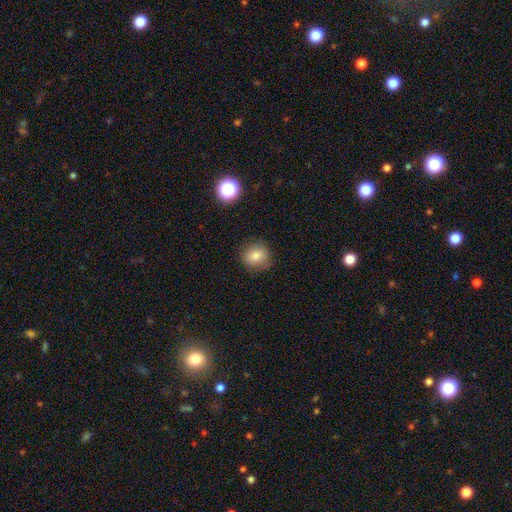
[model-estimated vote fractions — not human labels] Overall: smooth (81%). How rounded: round (77%). Merging: none (84%).